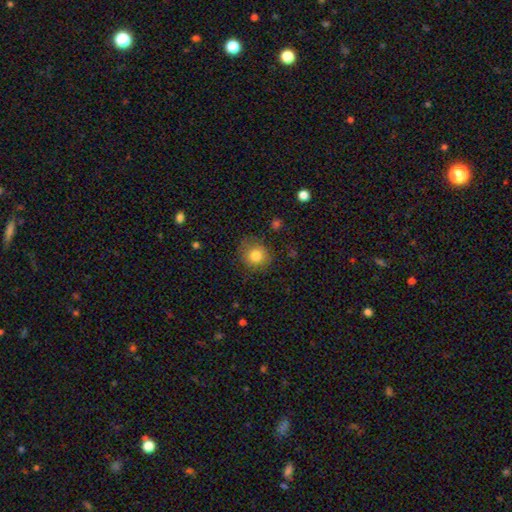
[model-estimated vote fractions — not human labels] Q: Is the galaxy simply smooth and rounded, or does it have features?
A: smooth — 81%.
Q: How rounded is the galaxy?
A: round — 87%.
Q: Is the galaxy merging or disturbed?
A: none — 79%.